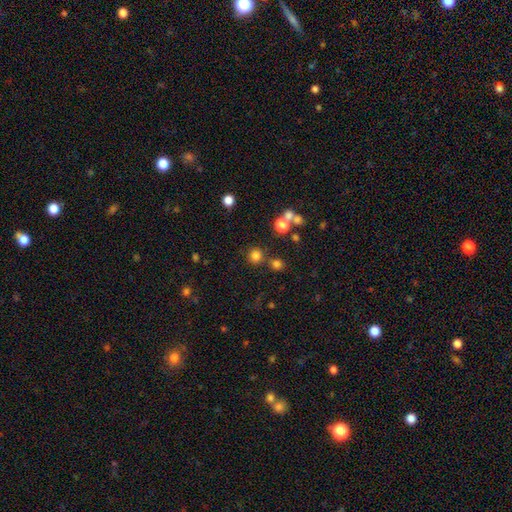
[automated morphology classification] Smooth or featured?
  - smooth: 76% *
  - star or artifact: 18%
  - featured or disk: 6%
How rounded?
  - round: 92% *
  - in between: 7%
  - cigar-shaped: 1%
Merging?
  - none: 77% *
  - merger: 12%
  - minor disturbance: 7%
  - major disturbance: 3%